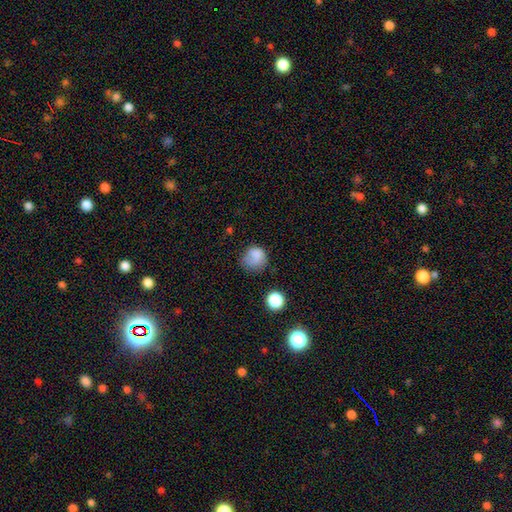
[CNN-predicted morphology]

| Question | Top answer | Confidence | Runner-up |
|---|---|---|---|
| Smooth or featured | smooth | 77% | featured or disk (12%) |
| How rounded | round | 77% | in between (22%) |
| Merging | none | 52% | minor disturbance (27%) |